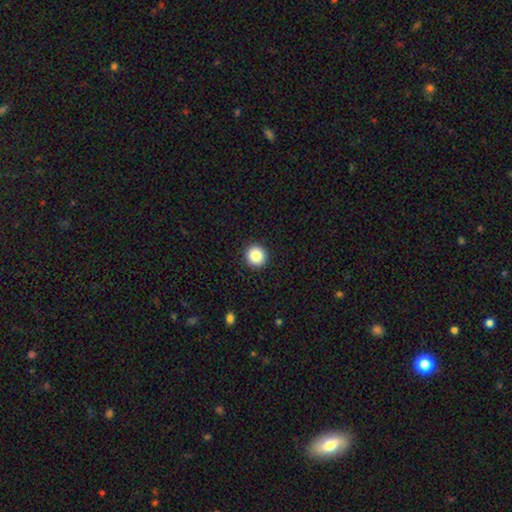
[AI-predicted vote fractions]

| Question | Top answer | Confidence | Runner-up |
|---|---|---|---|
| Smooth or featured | smooth | 86% | star or artifact (9%) |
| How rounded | round | 94% | in between (5%) |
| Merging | none | 93% | minor disturbance (4%) |